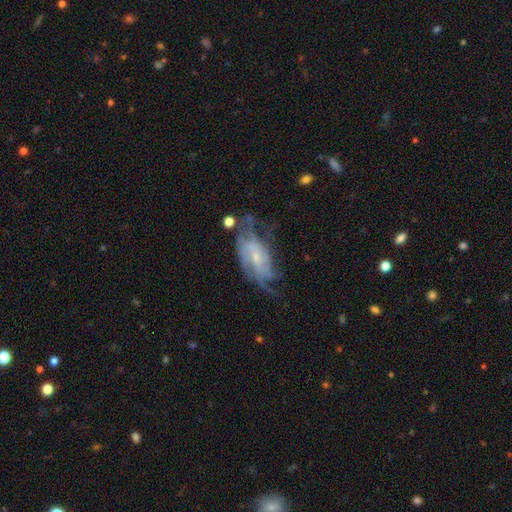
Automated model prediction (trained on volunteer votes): Smooth or featured? featured or disk (74%)
Edge-on disk? no (93%)
Bar? no (54%)
Spiral arms? yes (84%)
Spiral winding? tight (40%)
Spiral arm count? can't tell (46%)
Bulge size? small (68%)
Merging? none (47%)